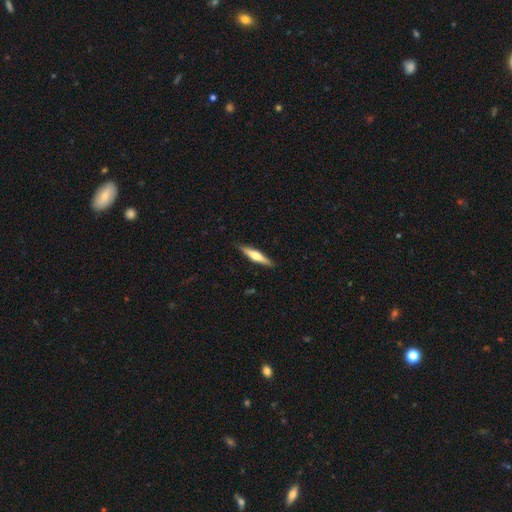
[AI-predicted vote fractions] smooth 48%, featured or disk 47%, star or artifact 5%. Down the decision tree: merging — none (89%).